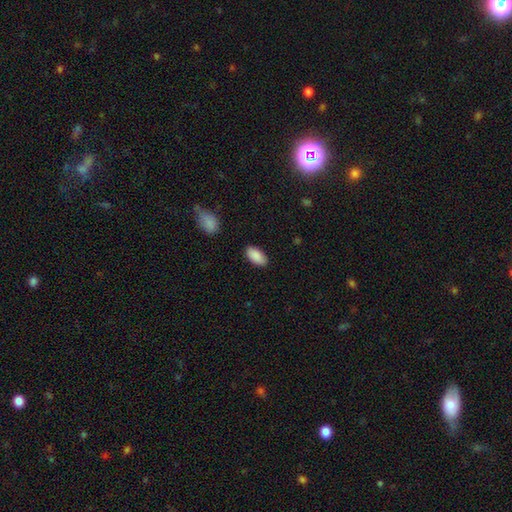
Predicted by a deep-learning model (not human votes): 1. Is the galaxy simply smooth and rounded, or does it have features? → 89% smooth, 6% star or artifact, 4% featured or disk.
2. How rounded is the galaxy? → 95% in between, 3% cigar-shaped, 2% round.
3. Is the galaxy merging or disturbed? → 87% none, 9% minor disturbance, 2% major disturbance, 2% merger.